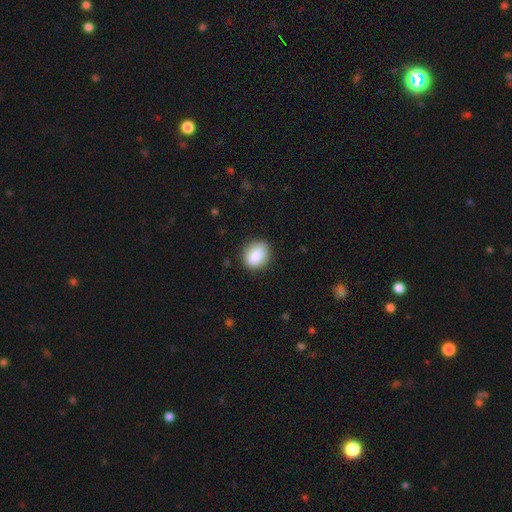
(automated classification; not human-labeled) The model was most divided on "how rounded": round: 50%, in between: 49%, cigar-shaped: 1%. More confident: smooth or featured — smooth (88%); merging — none (84%).